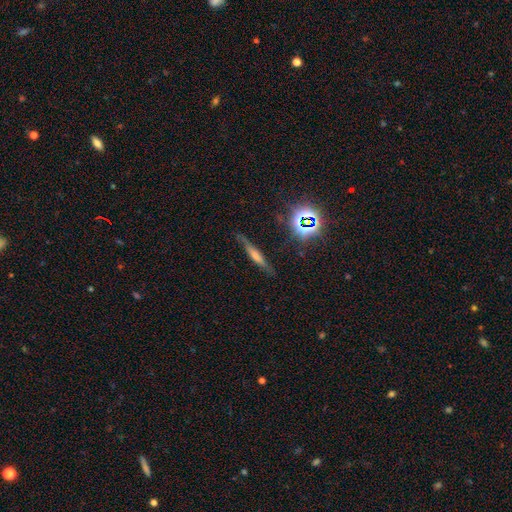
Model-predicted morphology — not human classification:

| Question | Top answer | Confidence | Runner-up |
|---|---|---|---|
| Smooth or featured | smooth | 45% | featured or disk (40%) |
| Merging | none | 74% | minor disturbance (18%) |